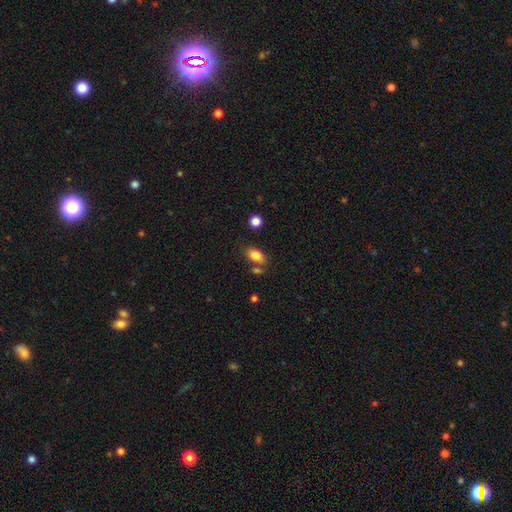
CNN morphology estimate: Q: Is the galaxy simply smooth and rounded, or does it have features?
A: smooth — 82%.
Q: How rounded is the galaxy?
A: in between — 87%.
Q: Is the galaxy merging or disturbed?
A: none — 67%.